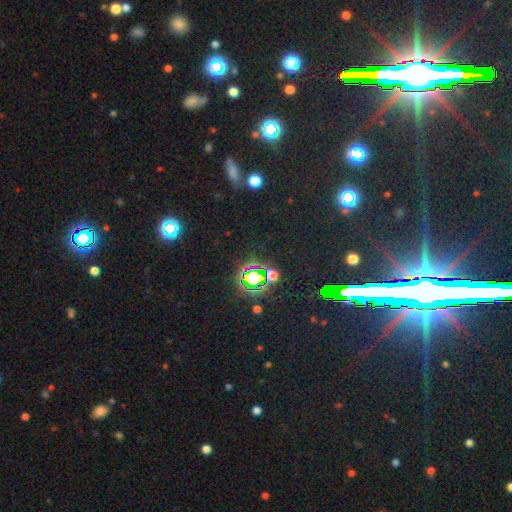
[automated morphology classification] A star or artifact, not a galaxy (79%).

Vote fractions:
- Smooth or featured? star or artifact: 79% / smooth: 11% / featured or disk: 10%